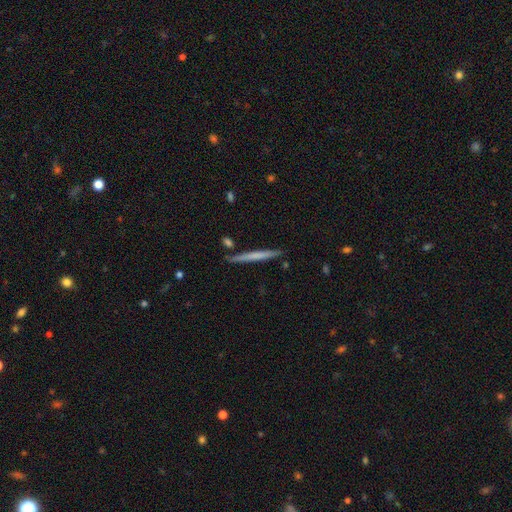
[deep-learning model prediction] smooth 54%, featured or disk 41%, star or artifact 5%. Down the decision tree: how rounded — cigar-shaped (97%); merging — none (88%).